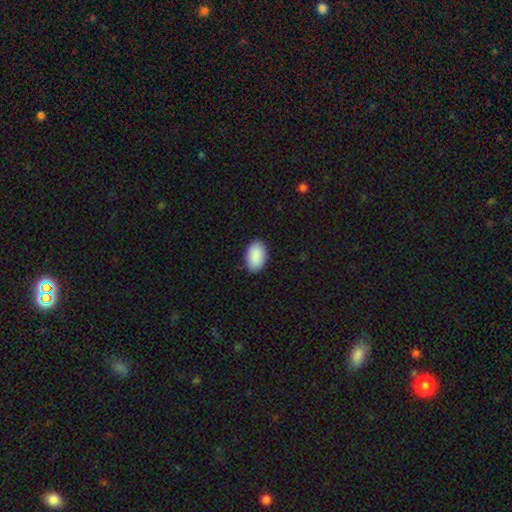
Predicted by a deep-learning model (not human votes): smooth-or-featured: smooth: 91% | star or artifact: 6% | featured or disk: 3%
  how-rounded: in between: 92% | round: 7% | cigar-shaped: 1%
  merging: none: 88% | minor disturbance: 9% | major disturbance: 2% | merger: 1%